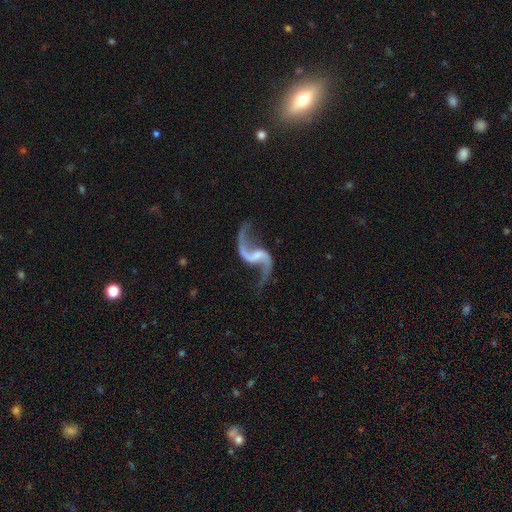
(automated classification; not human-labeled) featured or disk 93%, star or artifact 4%, smooth 2%. Down the decision tree: edge-on disk — no (98%); bar — weak (48%); spiral arms — yes (98%); spiral arm count — 2 (94%); spiral winding — loose (90%); bulge size — small (46%); merging — none (76%).